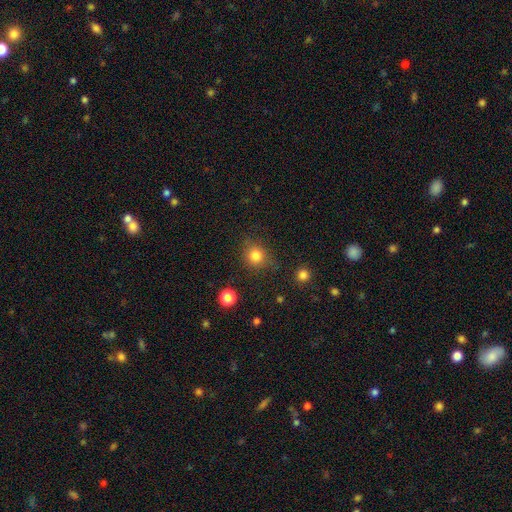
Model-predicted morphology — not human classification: The model was most divided on "merging": none: 78%, minor disturbance: 14%, major disturbance: 5%, merger: 3%. More confident: how rounded — round (85%); smooth or featured — smooth (81%).